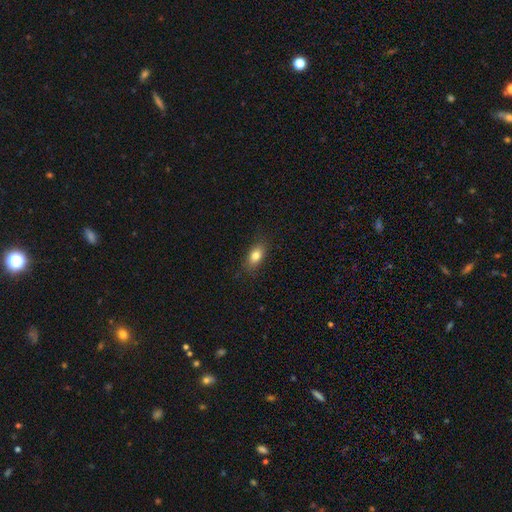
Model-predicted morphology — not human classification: type=smooth (80%); roundness=in between (83%); merging=none (85%).